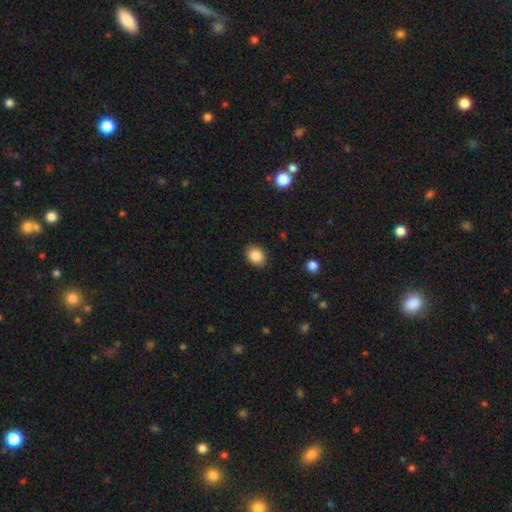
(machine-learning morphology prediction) smooth-or-featured: smooth: 87% | star or artifact: 8% | featured or disk: 5%
  how-rounded: in between: 56% | round: 43% | cigar-shaped: 1%
  merging: none: 88% | minor disturbance: 9% | major disturbance: 2% | merger: 1%